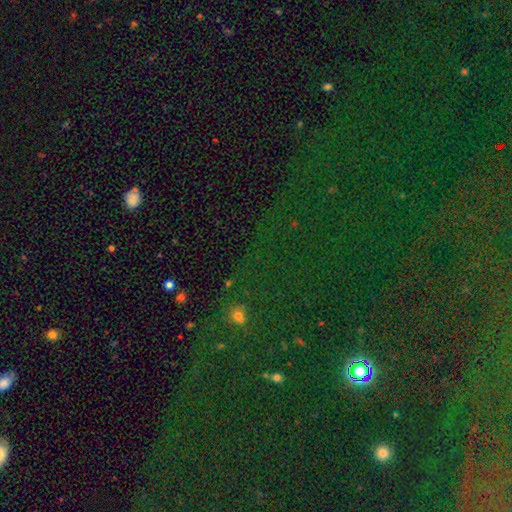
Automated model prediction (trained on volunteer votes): Morphology: type=star or artifact (75%).